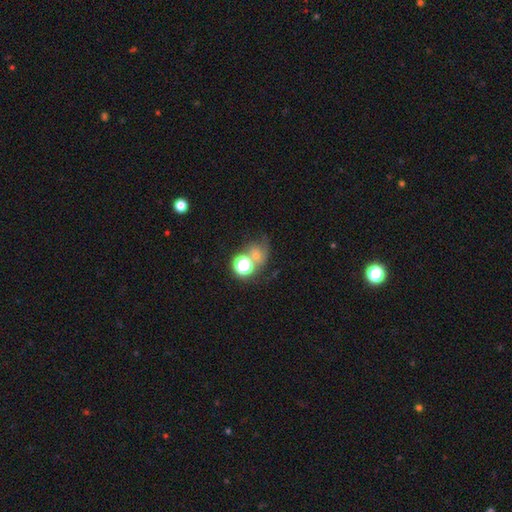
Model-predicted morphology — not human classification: A smooth galaxy with no disk features (40%).

Vote fractions:
- Smooth or featured? smooth: 40% / star or artifact: 38% / featured or disk: 22%
- Merging? none: 45% / merger: 26% / major disturbance: 15% / minor disturbance: 14%